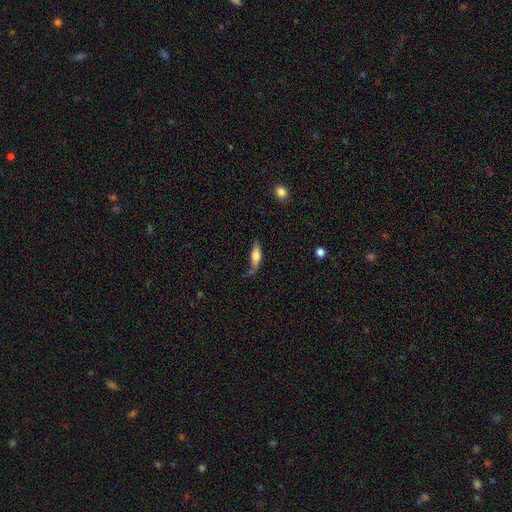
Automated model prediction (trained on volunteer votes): Q: Smooth or featured?
A: smooth (68%); runner-up: featured or disk (25%)
Q: How rounded?
A: in between (55%); runner-up: cigar-shaped (42%)
Q: Merging?
A: none (52%); runner-up: minor disturbance (32%)